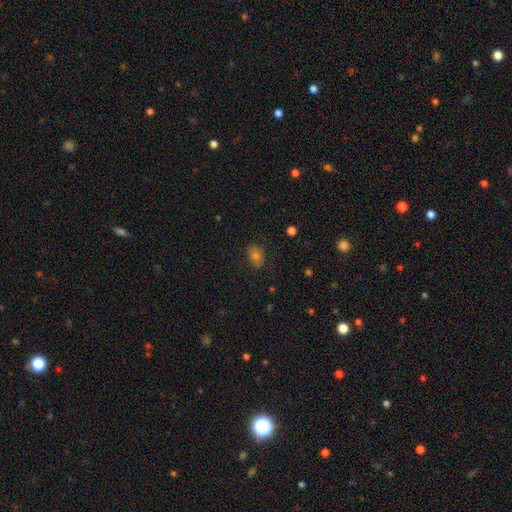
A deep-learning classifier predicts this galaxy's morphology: smooth-or-featured: smooth: 63% | star or artifact: 22% | featured or disk: 15%
  how-rounded: in between: 69% | round: 29% | cigar-shaped: 1%
  merging: none: 77% | minor disturbance: 16% | major disturbance: 6% | merger: 1%